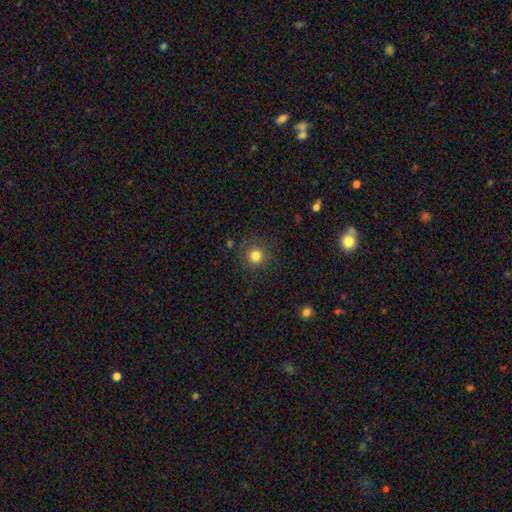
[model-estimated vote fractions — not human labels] Overall: smooth (82%). How rounded: round (94%). Merging: none (86%).